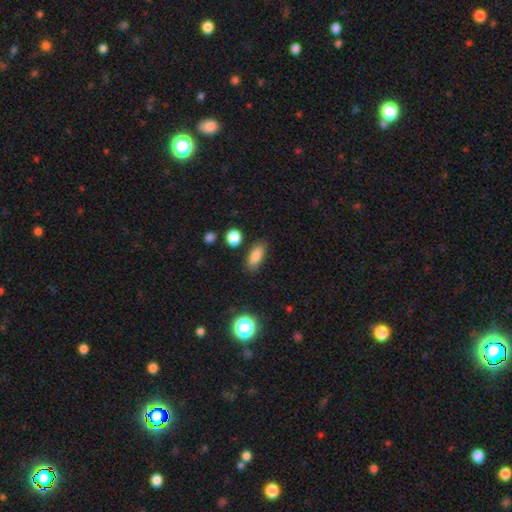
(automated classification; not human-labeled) smooth 84%, star or artifact 10%, featured or disk 6%. Down the decision tree: how rounded — in between (81%); merging — none (82%).